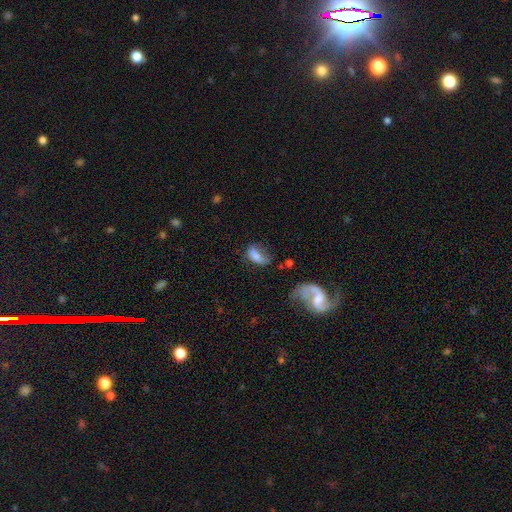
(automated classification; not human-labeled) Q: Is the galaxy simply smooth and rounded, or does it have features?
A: smooth — 68%.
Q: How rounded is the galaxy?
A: in between — 85%.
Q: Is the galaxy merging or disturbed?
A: major disturbance — 34%.